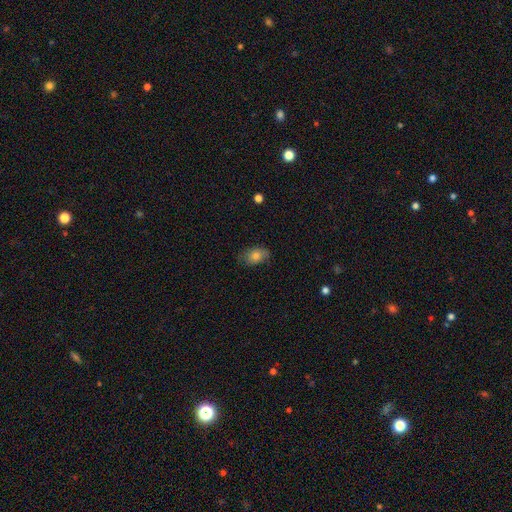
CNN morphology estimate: A smooth galaxy with no disk features (77%) that is in between round and cigar-shaped (84%). Merging: none (70%).